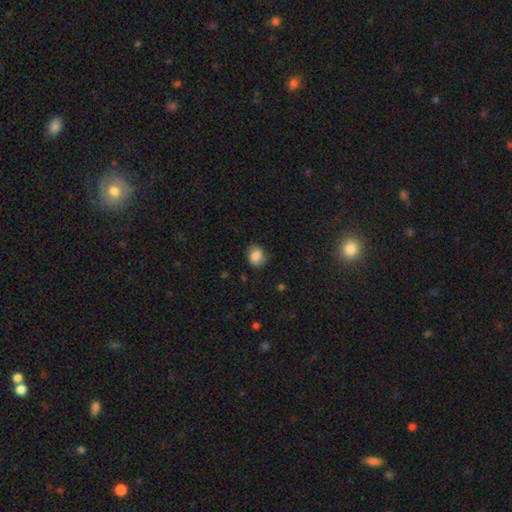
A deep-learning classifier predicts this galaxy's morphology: smooth-or-featured: smooth: 83% | star or artifact: 9% | featured or disk: 8%
  how-rounded: round: 60% | in between: 39% | cigar-shaped: 1%
  merging: none: 77% | minor disturbance: 17% | major disturbance: 4% | merger: 1%